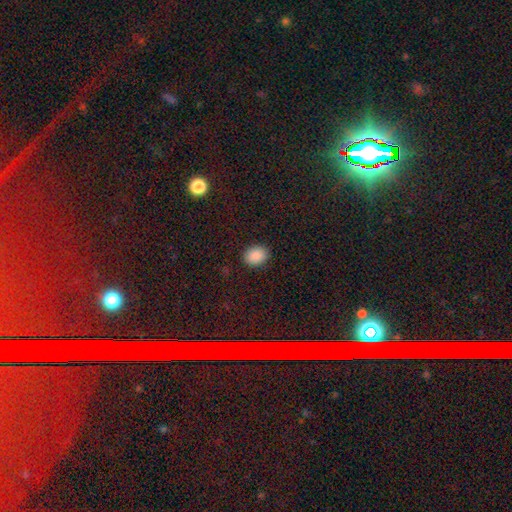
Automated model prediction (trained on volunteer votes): Morphology: type=smooth (89%); roundness=in between (62%); merging=none (89%).